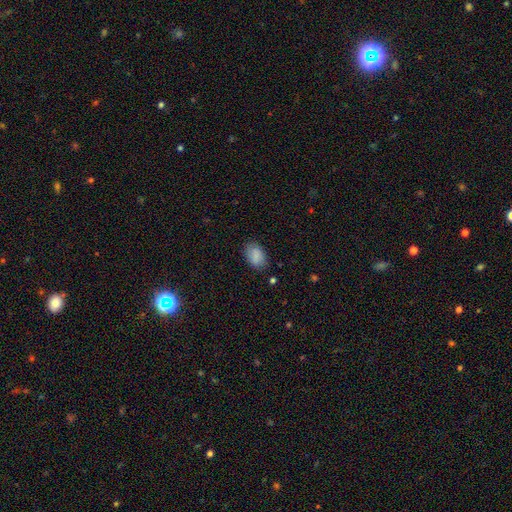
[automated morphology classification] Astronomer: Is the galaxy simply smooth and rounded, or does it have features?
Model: smooth — 87%.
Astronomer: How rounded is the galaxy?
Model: in between — 87%.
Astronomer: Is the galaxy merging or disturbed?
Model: none — 81%.